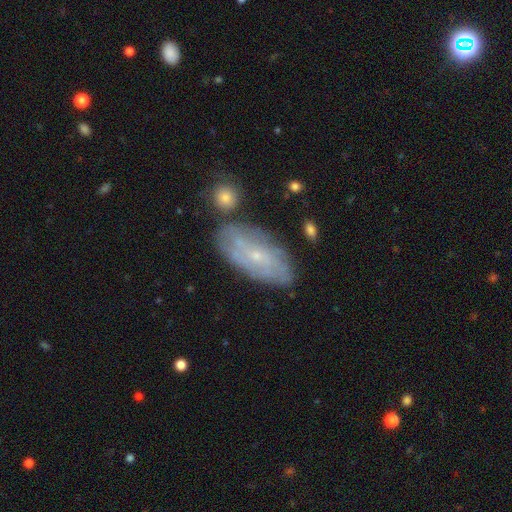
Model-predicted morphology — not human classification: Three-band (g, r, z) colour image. It shows a featured or disk galaxy (65%) with no bar (72%), spiral arms (72%) and a small central bulge (80%). Merging: none (68%).